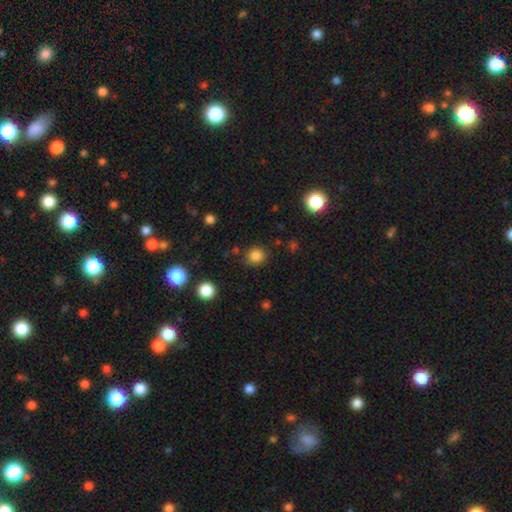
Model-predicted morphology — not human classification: Smooth or featured: smooth — 84% (star or artifact — 12%)
How rounded: round — 83% (in between — 16%)
Merging: none — 82% (minor disturbance — 12%)